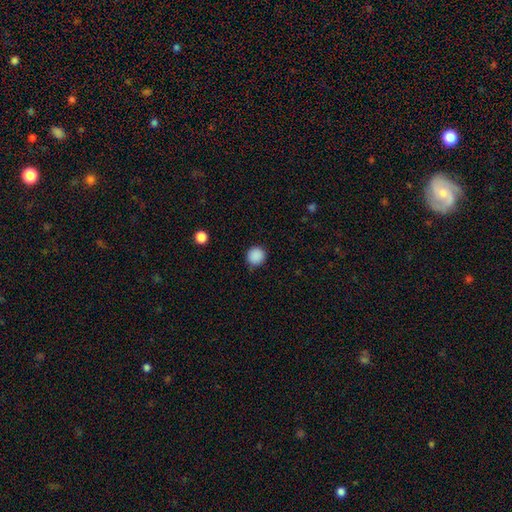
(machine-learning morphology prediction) The model was most divided on "merging": none: 87%, minor disturbance: 9%, major disturbance: 3%, merger: 1%. More confident: how rounded — round (91%); smooth or featured — smooth (88%).